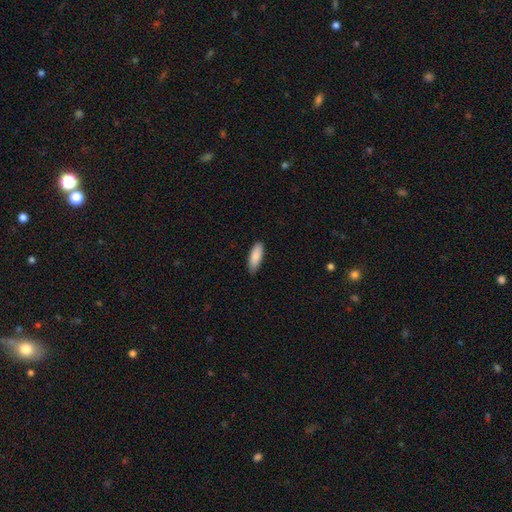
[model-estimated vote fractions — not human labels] smooth-or-featured: smooth: 88% | featured or disk: 7% | star or artifact: 5%
  how-rounded: in between: 65% | cigar-shaped: 33% | round: 2%
  merging: none: 85% | minor disturbance: 12% | major disturbance: 2% | merger: 1%